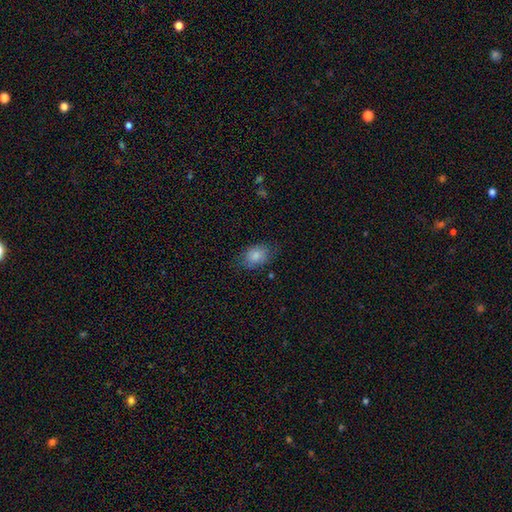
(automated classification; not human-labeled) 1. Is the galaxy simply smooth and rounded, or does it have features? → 85% smooth, 8% star or artifact, 7% featured or disk.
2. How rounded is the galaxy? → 78% in between, 21% round, 1% cigar-shaped.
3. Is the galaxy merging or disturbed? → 73% none, 20% minor disturbance, 6% major disturbance, 2% merger.